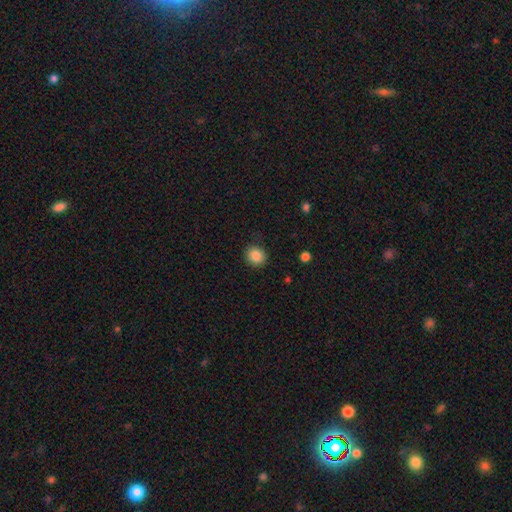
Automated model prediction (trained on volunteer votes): smooth 86%, star or artifact 9%, featured or disk 5%. Down the decision tree: how rounded — round (85%); merging — none (89%).